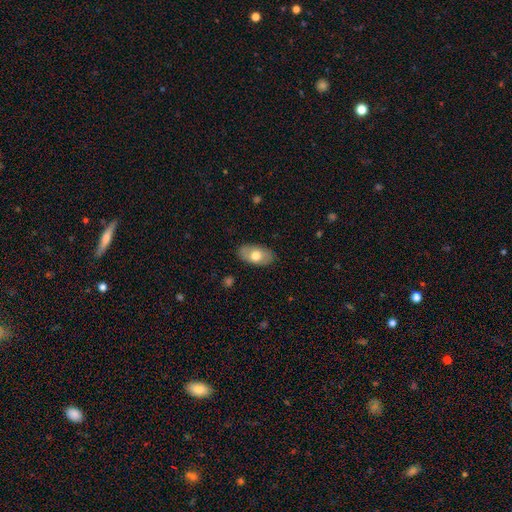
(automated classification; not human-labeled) Smooth or featured: smooth — 69% (featured or disk — 26%)
How rounded: in between — 93% (round — 5%)
Merging: none — 85% (minor disturbance — 12%)